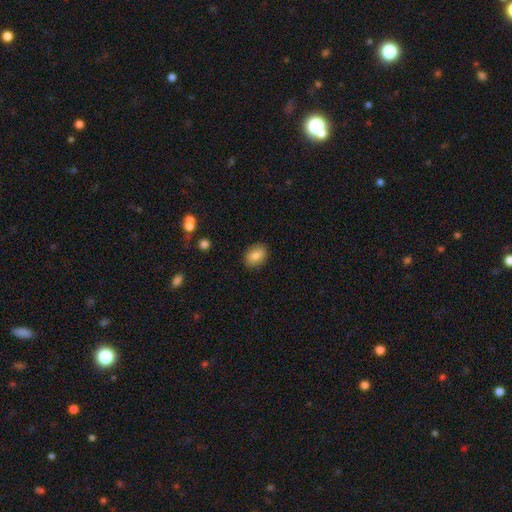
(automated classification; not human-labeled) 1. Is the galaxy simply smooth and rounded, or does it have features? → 83% smooth, 9% featured or disk, 8% star or artifact.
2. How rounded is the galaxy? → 76% in between, 22% round, 1% cigar-shaped.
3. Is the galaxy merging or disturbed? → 86% none, 10% minor disturbance, 2% major disturbance, 1% merger.